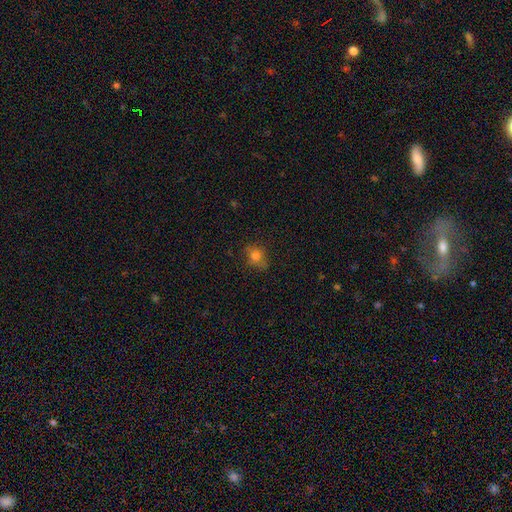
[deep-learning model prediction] Q: Smooth or featured?
A: smooth (75%); runner-up: star or artifact (13%)
Q: How rounded?
A: round (51%); runner-up: in between (47%)
Q: Merging?
A: none (73%); runner-up: minor disturbance (20%)